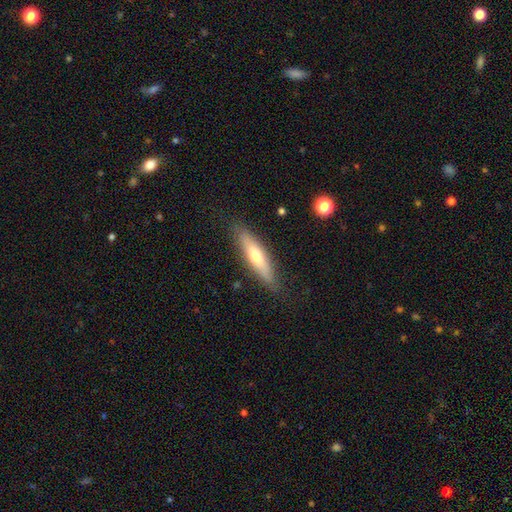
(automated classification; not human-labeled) smooth-or-featured: smooth: 53% | featured or disk: 40% | star or artifact: 6%
  how-rounded: cigar-shaped: 72% | in between: 26% | round: 2%
  merging: none: 82% | minor disturbance: 13% | major disturbance: 3% | merger: 1%